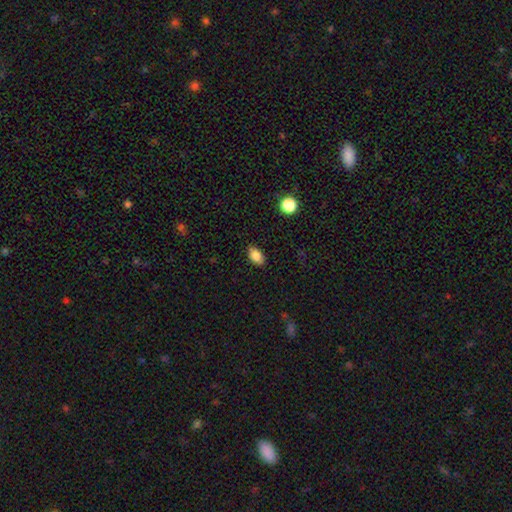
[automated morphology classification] smooth-or-featured: smooth: 84% | star or artifact: 9% | featured or disk: 7%
  how-rounded: in between: 90% | round: 8% | cigar-shaped: 3%
  merging: none: 86% | minor disturbance: 11% | major disturbance: 2% | merger: 1%